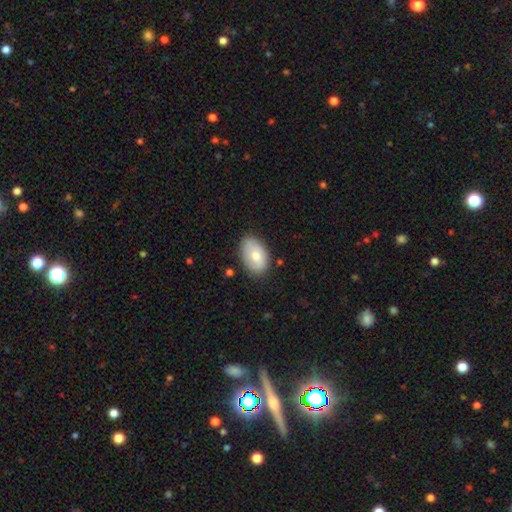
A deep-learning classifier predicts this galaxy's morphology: Smooth or featured: smooth — 73% (featured or disk — 20%)
How rounded: in between — 90% (round — 8%)
Merging: none — 77% (minor disturbance — 18%)